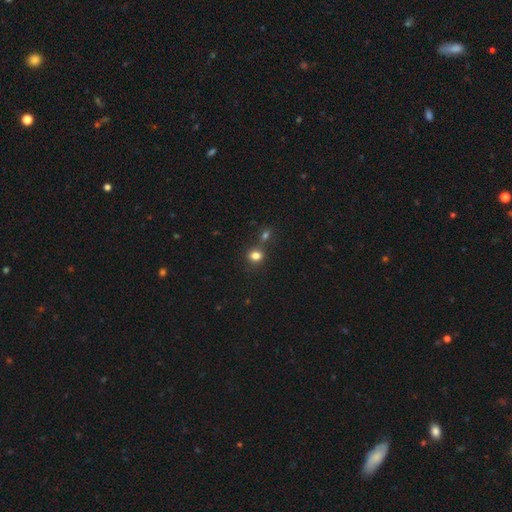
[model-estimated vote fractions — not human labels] The model was most divided on "how rounded": round: 61%, in between: 38%, cigar-shaped: 1%. More confident: smooth or featured — smooth (80%); merging — none (59%).